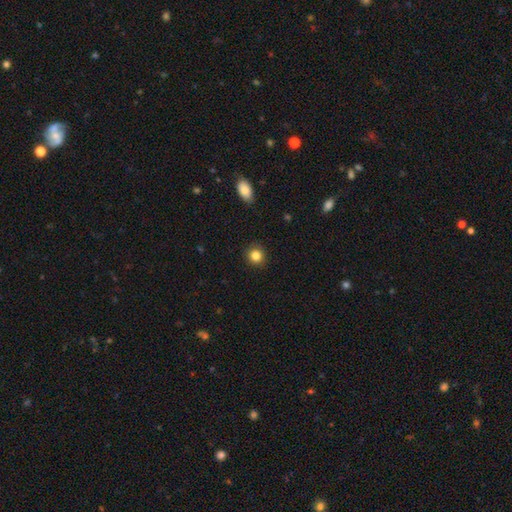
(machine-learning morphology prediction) Q: Smooth or featured?
A: smooth (84%); runner-up: star or artifact (11%)
Q: How rounded?
A: round (89%); runner-up: in between (10%)
Q: Merging?
A: none (90%); runner-up: minor disturbance (7%)